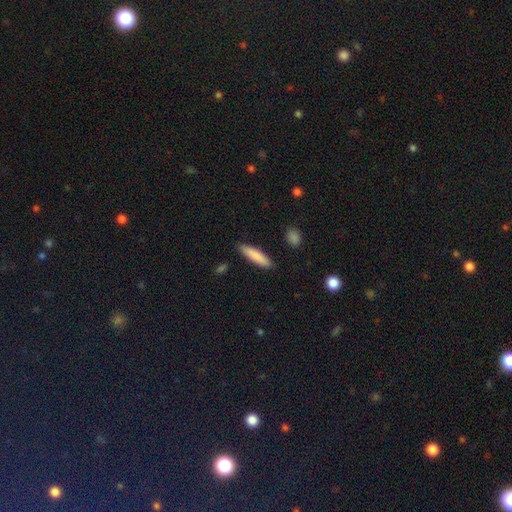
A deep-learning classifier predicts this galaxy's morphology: A smooth galaxy with no disk features (84%) that is cigar-shaped (78%).

Vote fractions:
- Smooth or featured? smooth: 84% / featured or disk: 10% / star or artifact: 6%
- How rounded? cigar-shaped: 78% / in between: 21% / round: 1%
- Merging? none: 89% / minor disturbance: 8% / major disturbance: 2% / merger: 2%